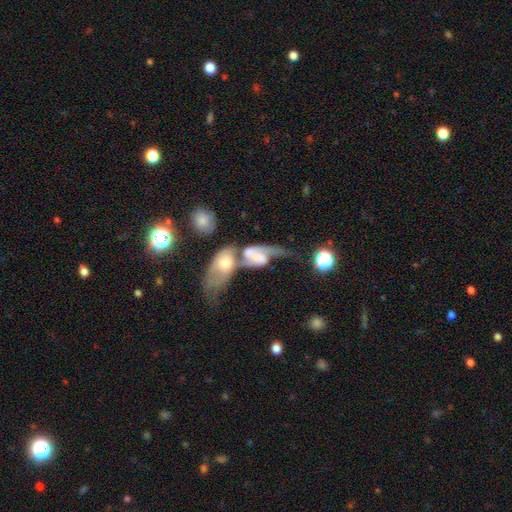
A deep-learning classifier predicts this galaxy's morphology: Q: Smooth or featured?
A: featured or disk (67%); runner-up: smooth (26%)
Q: Edge-on disk?
A: no (92%); runner-up: yes (8%)
Q: Bar?
A: no (47%); runner-up: weak (34%)
Q: Spiral arms?
A: yes (82%); runner-up: no (18%)
Q: Spiral winding?
A: loose (69%); runner-up: medium (22%)
Q: Spiral arm count?
A: 2 (77%); runner-up: 1 (13%)
Q: Bulge size?
A: none (34%); runner-up: moderate (23%)
Q: Merging?
A: merger (59%); runner-up: major disturbance (16%)